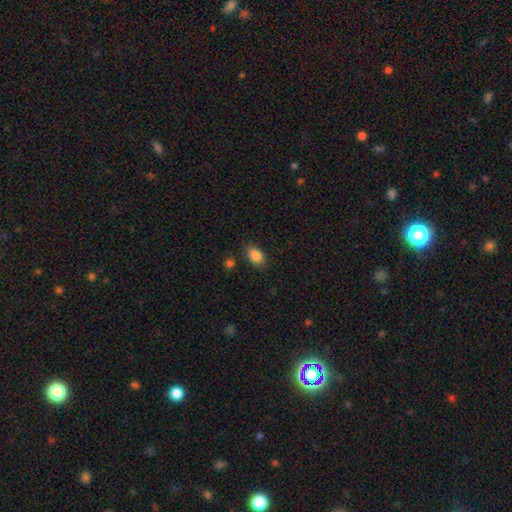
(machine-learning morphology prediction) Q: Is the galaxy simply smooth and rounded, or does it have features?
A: smooth — 87%.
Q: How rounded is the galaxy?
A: in between — 87%.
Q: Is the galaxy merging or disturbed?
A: none — 85%.